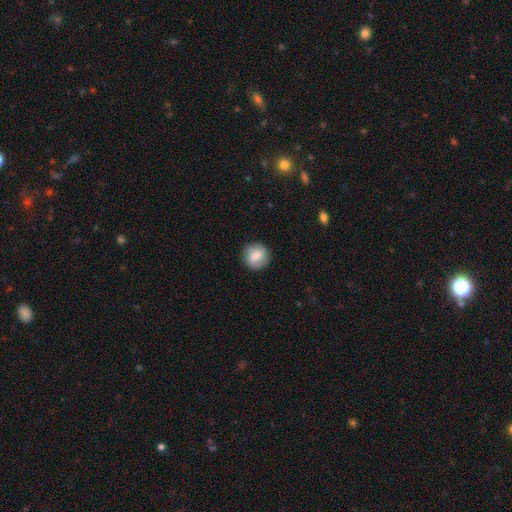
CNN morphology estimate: Smooth or featured? smooth (81%)
How rounded? round (90%)
Merging? none (87%)